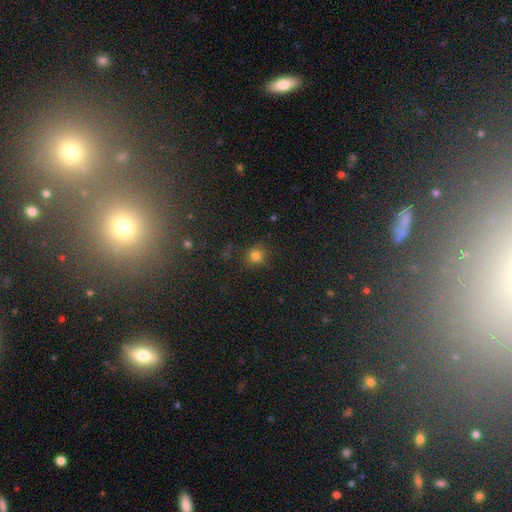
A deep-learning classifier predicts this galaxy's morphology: smooth_or_featured: smooth (p=0.78) [alt: star or artifact p=0.17]
how_rounded: round (p=0.89) [alt: in between p=0.09]
merging: none (p=0.84) [alt: minor disturbance p=0.10]